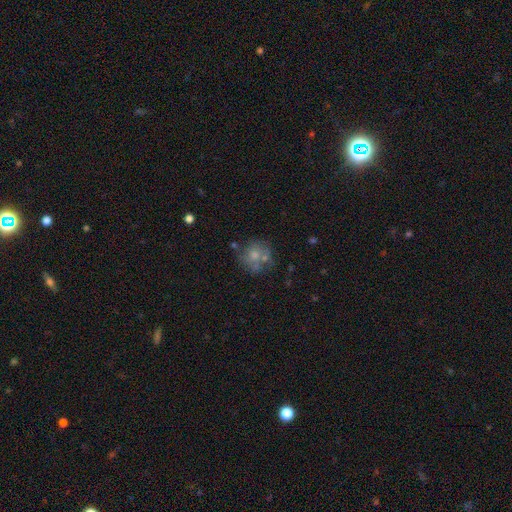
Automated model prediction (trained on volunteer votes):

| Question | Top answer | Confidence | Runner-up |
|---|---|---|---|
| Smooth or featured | smooth | 61% | featured or disk (29%) |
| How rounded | round | 81% | in between (18%) |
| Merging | none | 53% | minor disturbance (19%) |